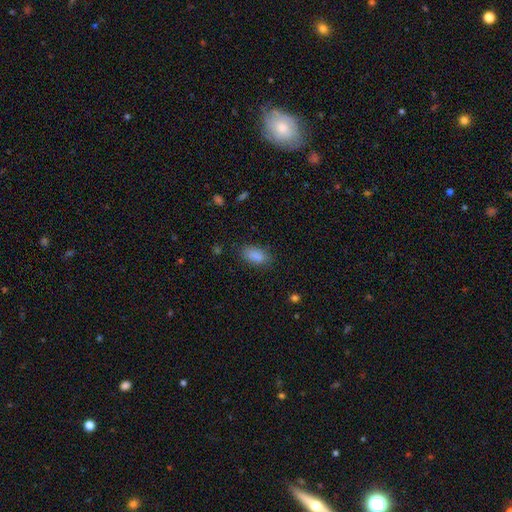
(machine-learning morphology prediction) Smooth or featured? smooth (87%)
How rounded? in between (91%)
Merging? none (81%)